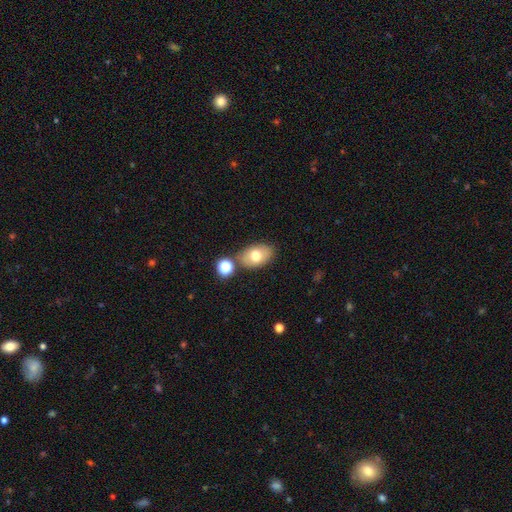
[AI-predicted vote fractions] smooth-or-featured: smooth: 73% | featured or disk: 18% | star or artifact: 9%
  how-rounded: in between: 87% | round: 12% | cigar-shaped: 1%
  merging: none: 75% | minor disturbance: 13% | merger: 9% | major disturbance: 3%